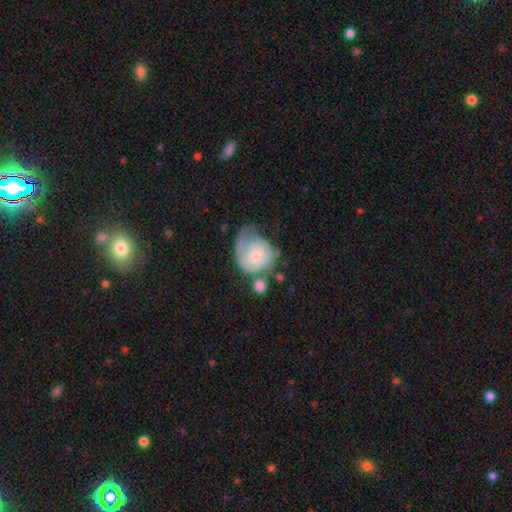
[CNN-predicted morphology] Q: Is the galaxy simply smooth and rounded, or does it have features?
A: featured or disk — 72%.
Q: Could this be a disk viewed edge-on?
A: no — 98%.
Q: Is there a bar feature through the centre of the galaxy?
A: no — 73%.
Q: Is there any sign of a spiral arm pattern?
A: yes — 92%.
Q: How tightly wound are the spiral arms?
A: tight — 58%.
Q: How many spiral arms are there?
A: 2 — 40%.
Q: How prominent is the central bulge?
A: small — 51%.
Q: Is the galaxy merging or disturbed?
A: none — 37%.